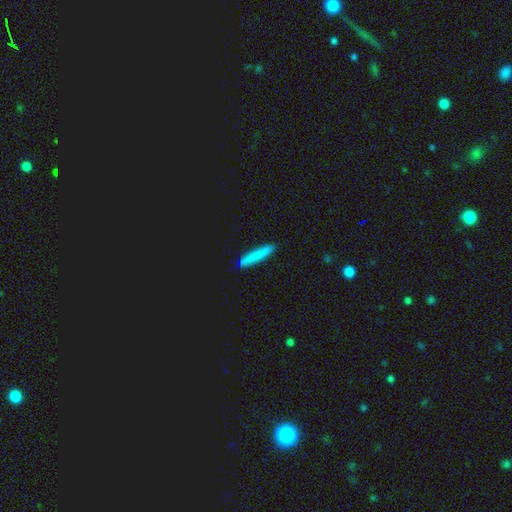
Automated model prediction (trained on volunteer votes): This appears to be a smooth galaxy with no disk features (80%) that is cigar-shaped (92%). Merging: none (90%).